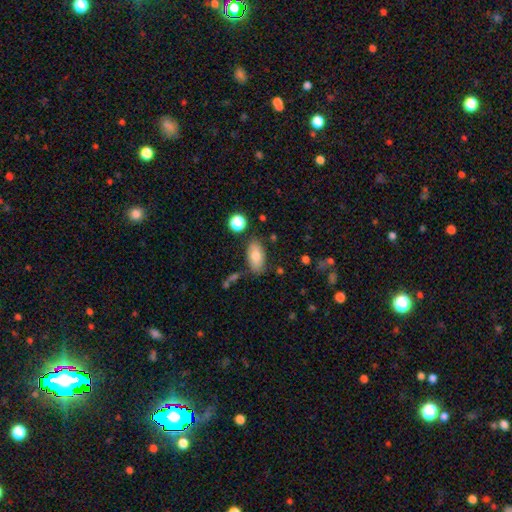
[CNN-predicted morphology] smooth-or-featured: smooth: 76% | featured or disk: 16% | star or artifact: 8%
  how-rounded: in between: 92% | round: 5% | cigar-shaped: 3%
  merging: none: 79% | minor disturbance: 14% | merger: 4% | major disturbance: 3%